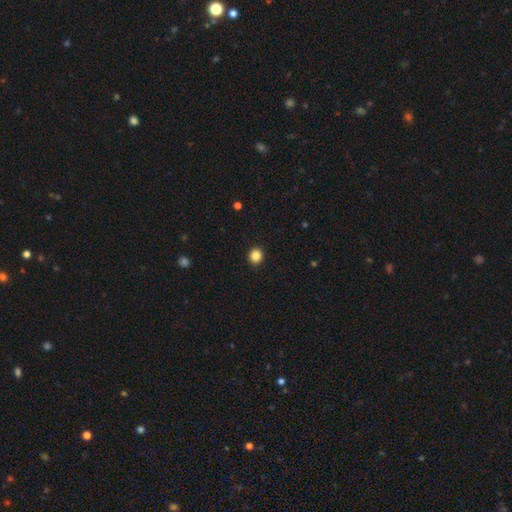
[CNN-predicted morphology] Q: Smooth or featured?
A: smooth (86%); runner-up: star or artifact (11%)
Q: How rounded?
A: round (88%); runner-up: in between (11%)
Q: Merging?
A: none (92%); runner-up: minor disturbance (5%)